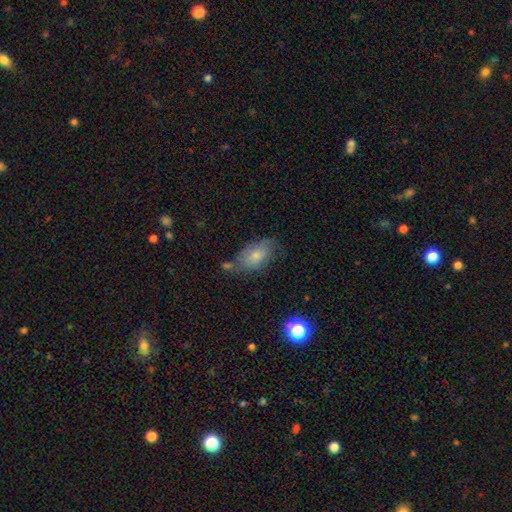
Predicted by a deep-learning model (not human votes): Smooth or featured?
  - smooth: 73% *
  - featured or disk: 20%
  - star or artifact: 8%
How rounded?
  - in between: 91% *
  - round: 6%
  - cigar-shaped: 3%
Merging?
  - none: 52% *
  - minor disturbance: 29%
  - merger: 10%
  - major disturbance: 9%